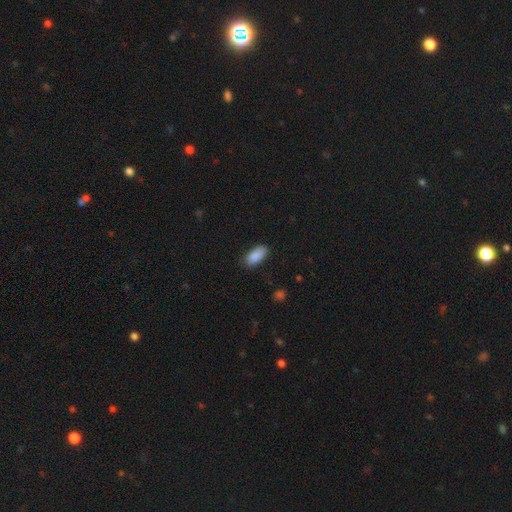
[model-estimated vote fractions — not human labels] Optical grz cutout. It shows a smooth galaxy with no disk features (89%) that is in between round and cigar-shaped (90%). Merging: none (85%).